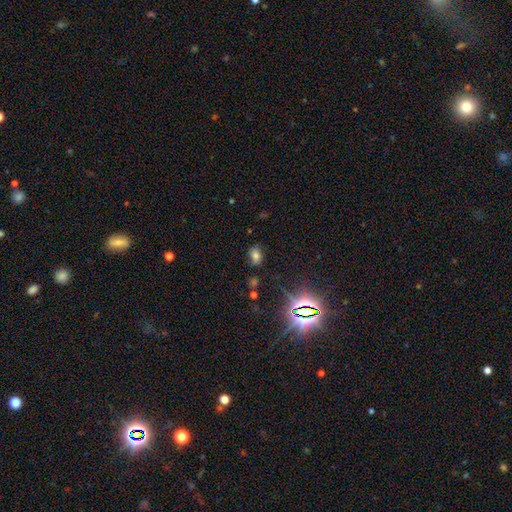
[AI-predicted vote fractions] A smooth galaxy with no disk features (60%) that is in between round and cigar-shaped (81%). Merging: none (70%).